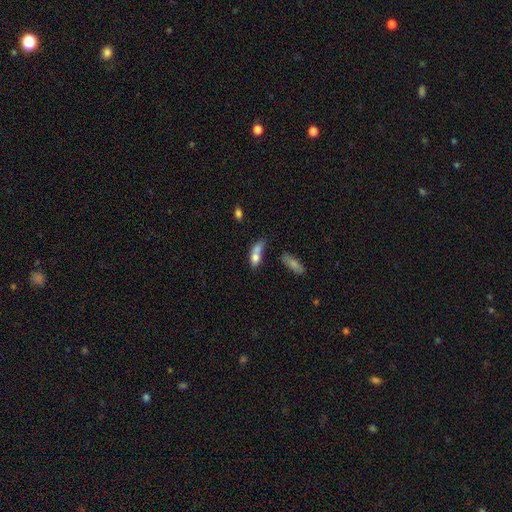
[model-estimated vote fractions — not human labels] Morphology: type=smooth (73%); roundness=in between (72%); merging=merger (52%).